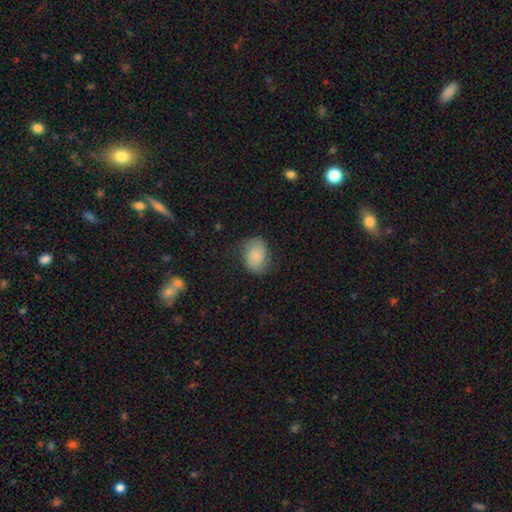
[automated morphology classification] This is likely a smooth galaxy (68%). How rounded: likely in between (65%). Merging: likely none (68%).